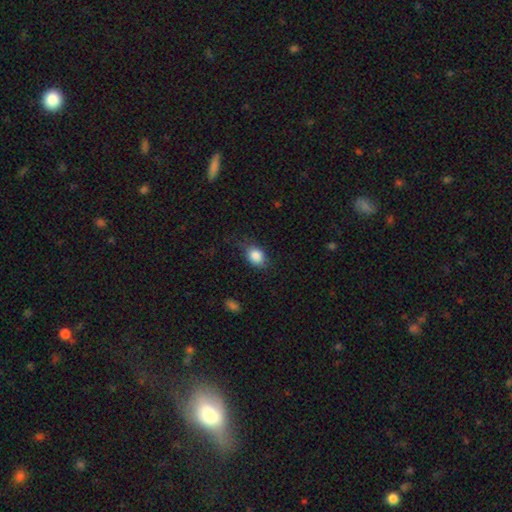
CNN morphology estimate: The model was most divided on "how rounded": in between: 62%, round: 37%, cigar-shaped: 1%. More confident: smooth or featured — smooth (85%); merging — none (68%).